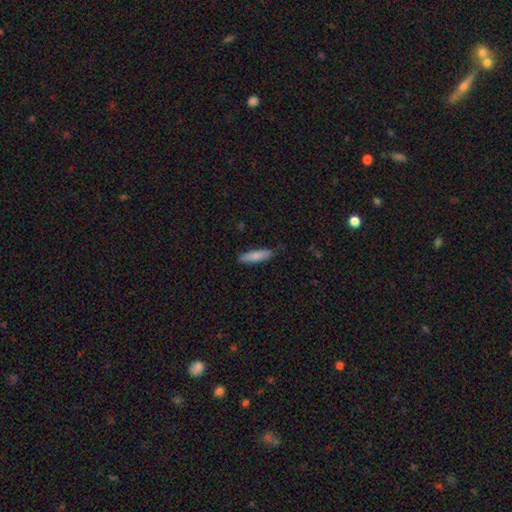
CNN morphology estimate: smooth_or_featured: smooth (p=0.82) [alt: featured or disk p=0.13]
how_rounded: cigar-shaped (p=0.73) [alt: in between p=0.26]
merging: none (p=0.84) [alt: minor disturbance p=0.13]